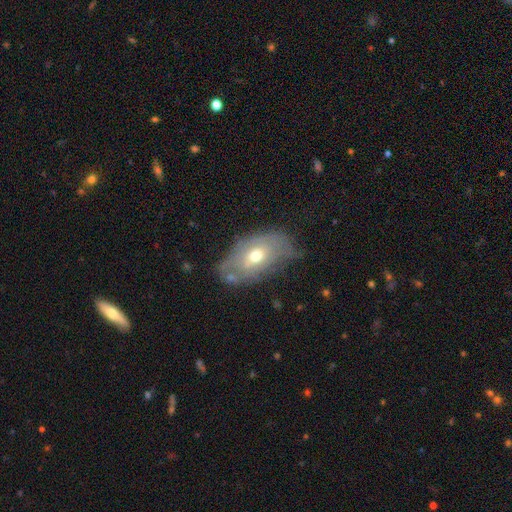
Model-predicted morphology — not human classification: Smooth or featured: smooth — 46% (tied with featured or disk — 46%)
Merging: none — 49% (minor disturbance — 34%)